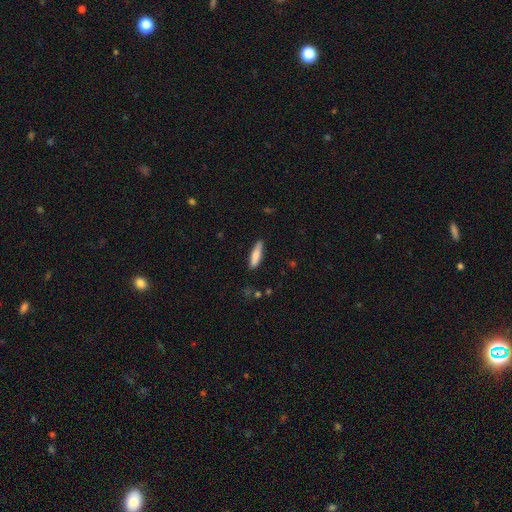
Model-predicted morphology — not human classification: Overall: smooth (81%). How rounded: cigar-shaped (70%). Merging: none (82%).